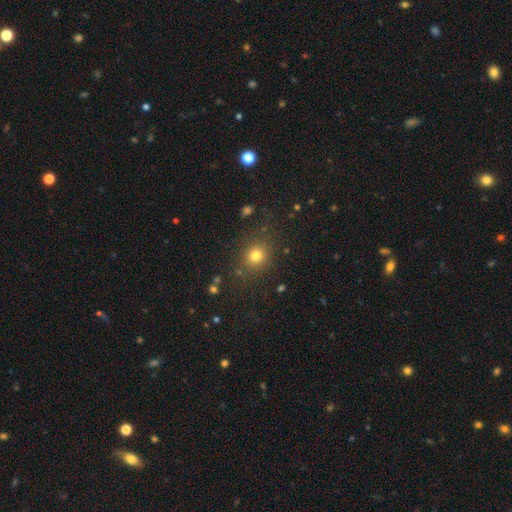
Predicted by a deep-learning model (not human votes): Morphology: type=smooth (77%); roundness=round (78%); merging=none (82%).